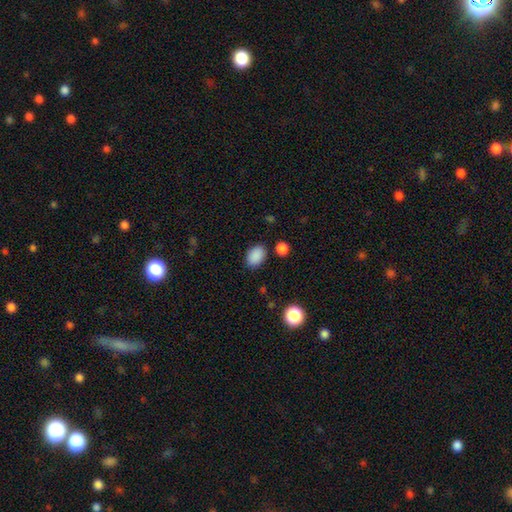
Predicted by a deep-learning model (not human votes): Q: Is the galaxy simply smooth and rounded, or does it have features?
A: smooth — 88%.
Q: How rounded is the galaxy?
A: in between — 82%.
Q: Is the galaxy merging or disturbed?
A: none — 82%.